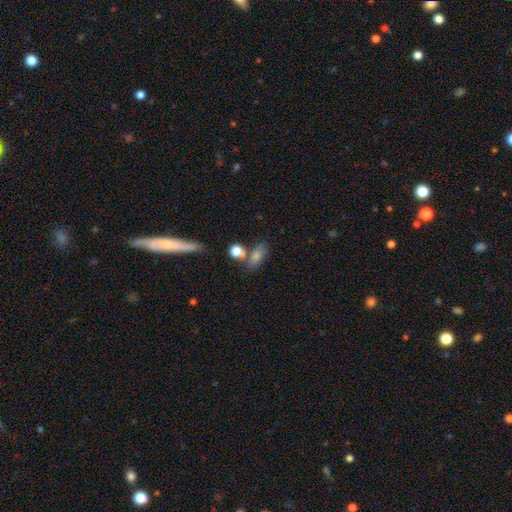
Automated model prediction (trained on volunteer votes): smooth-or-featured: smooth: 66% | featured or disk: 20% | star or artifact: 14%
  how-rounded: in between: 57% | cigar-shaped: 27% | round: 17%
  merging: none: 61% | merger: 19% | minor disturbance: 14% | major disturbance: 6%